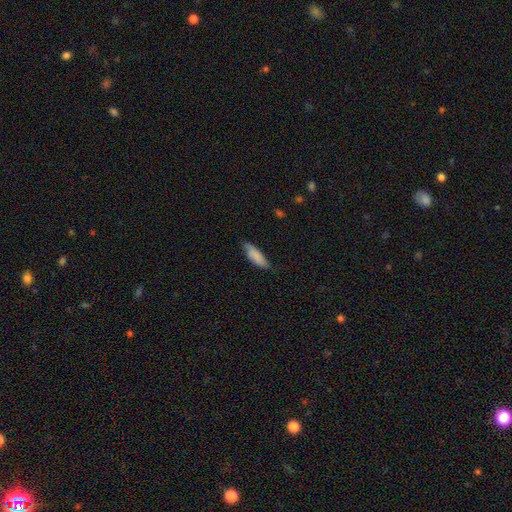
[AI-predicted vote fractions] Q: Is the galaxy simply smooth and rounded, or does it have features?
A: smooth — 83%.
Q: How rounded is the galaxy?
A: in between — 54%.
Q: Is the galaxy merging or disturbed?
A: none — 73%.